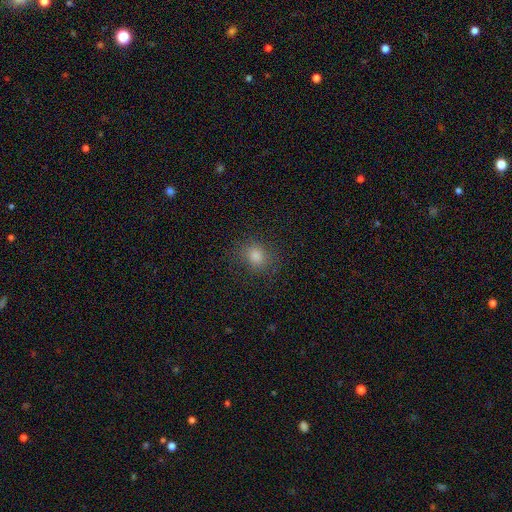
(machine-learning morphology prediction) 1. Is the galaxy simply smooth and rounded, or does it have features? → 77% smooth, 16% star or artifact, 7% featured or disk.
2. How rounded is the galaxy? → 73% round, 26% in between, 1% cigar-shaped.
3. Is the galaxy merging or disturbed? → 82% none, 12% minor disturbance, 5% major disturbance, 1% merger.